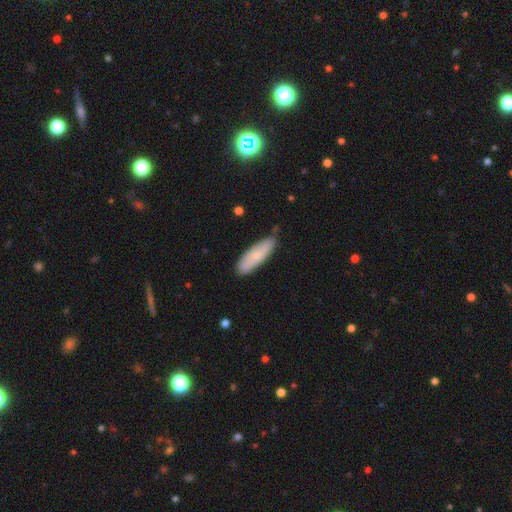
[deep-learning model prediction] Smooth or featured: smooth — 70% (featured or disk — 24%)
How rounded: cigar-shaped — 50% (in between — 49%)
Merging: none — 80% (minor disturbance — 15%)